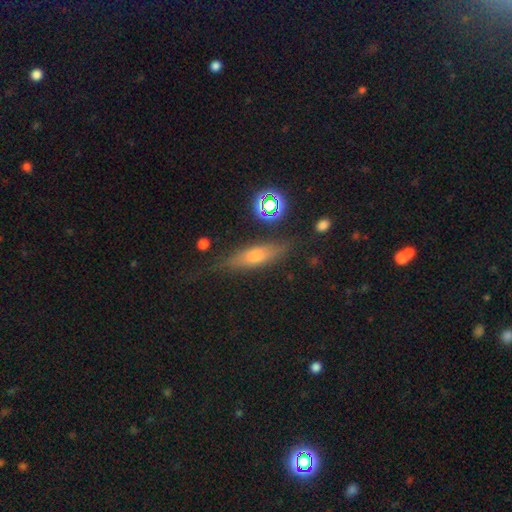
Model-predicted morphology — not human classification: This is possibly a smooth galaxy (53%). How rounded: possibly cigar-shaped (59%). Merging: likely none (74%).